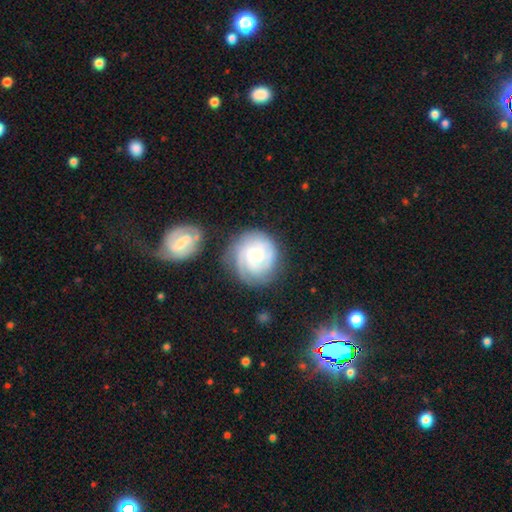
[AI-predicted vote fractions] A featured or disk galaxy (73%) with no bar (71%), tight (68%) spiral arms (93%) and a moderate central bulge (54%).

Vote fractions:
- Smooth or featured? featured or disk: 73% / smooth: 21% / star or artifact: 6%
- Edge-on disk? no: 98% / yes: 2%
- Bar? no: 71% / weak: 25% / strong: 4%
- Spiral arms? yes: 93% / no: 7%
- Spiral winding? tight: 68% / medium: 25% / loose: 7%
- Spiral arm count? can't tell: 31% / 3: 27% / 2: 23% / 4: 8% / 1: 6% / more than 4: 5%
- Bulge size? moderate: 54% / small: 29% / large: 13% / none: 2% / dominant: 2%
- Merging? none: 68% / minor disturbance: 18% / major disturbance: 8% / merger: 6%